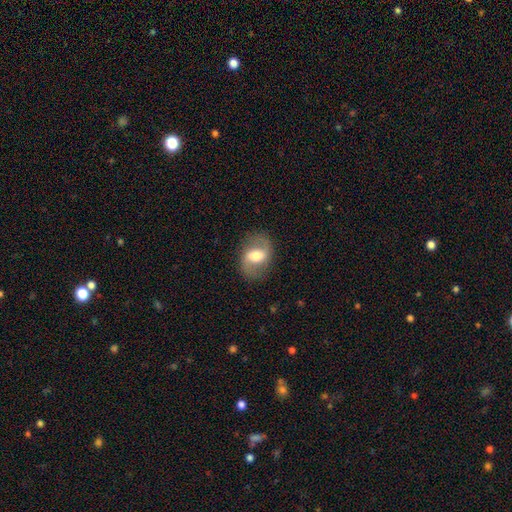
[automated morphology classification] Q: Smooth or featured?
A: featured or disk (66%); runner-up: smooth (28%)
Q: Edge-on disk?
A: no (95%); runner-up: yes (5%)
Q: Bar?
A: weak (45%); runner-up: strong (30%)
Q: Spiral arms?
A: yes (82%); runner-up: no (18%)
Q: Spiral winding?
A: loose (48%); runner-up: medium (40%)
Q: Spiral arm count?
A: 2 (90%); runner-up: can't tell (5%)
Q: Bulge size?
A: moderate (59%); runner-up: large (21%)
Q: Merging?
A: none (80%); runner-up: minor disturbance (12%)